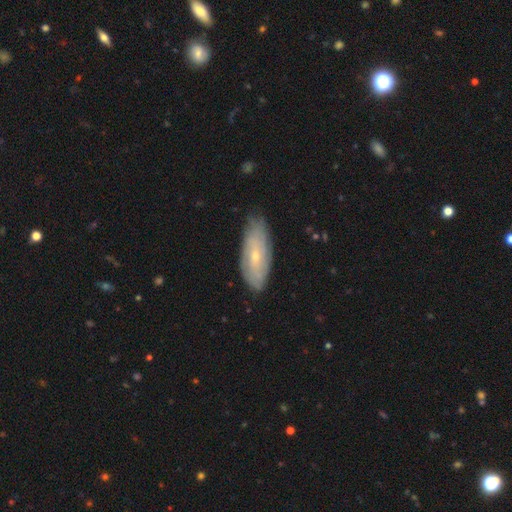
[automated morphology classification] This appears to be a featured or disk galaxy (56%). Merging: none (80%).